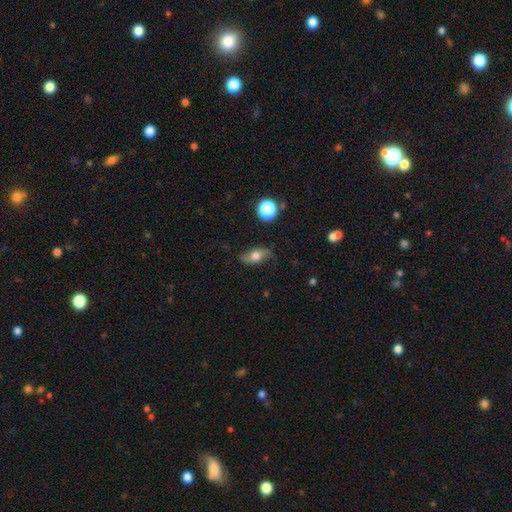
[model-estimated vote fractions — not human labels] This appears to be a smooth galaxy with no disk features (45%, tied with featured or disk). Merging: none (72%).